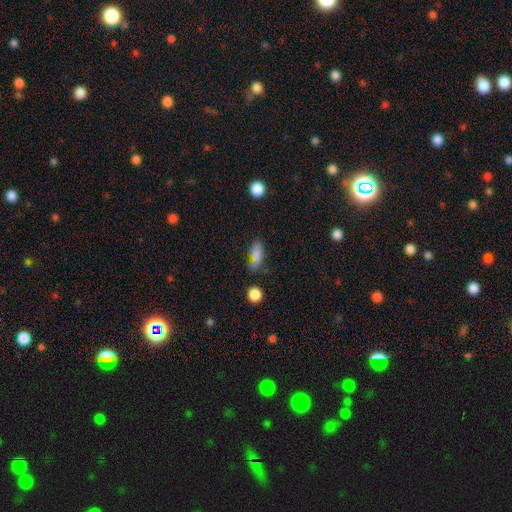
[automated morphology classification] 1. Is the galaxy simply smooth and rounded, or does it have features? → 72% smooth, 16% featured or disk, 12% star or artifact.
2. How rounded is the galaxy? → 75% in between, 18% cigar-shaped, 7% round.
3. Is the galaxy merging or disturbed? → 52% none, 26% minor disturbance, 13% major disturbance, 9% merger.